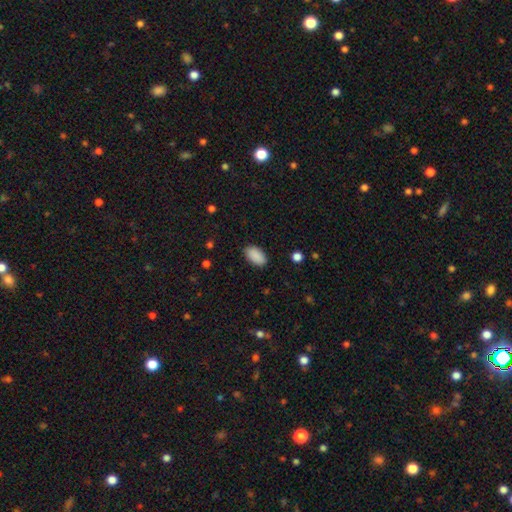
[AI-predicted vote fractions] Smooth or featured: smooth — 90% (star or artifact — 7%)
How rounded: in between — 94% (round — 4%)
Merging: none — 87% (minor disturbance — 9%)